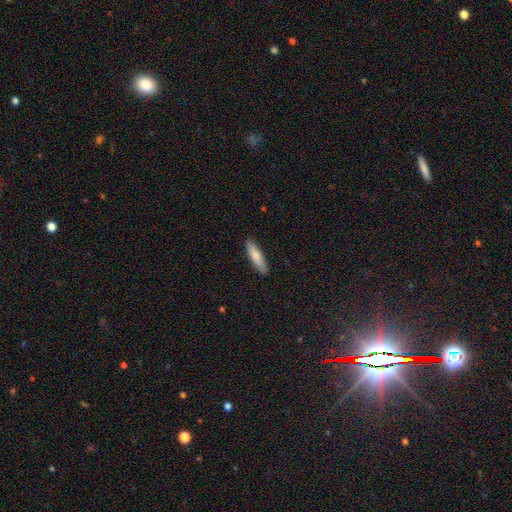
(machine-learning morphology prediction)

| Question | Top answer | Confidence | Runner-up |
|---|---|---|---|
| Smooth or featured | smooth | 79% | featured or disk (16%) |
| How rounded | cigar-shaped | 71% | in between (28%) |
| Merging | none | 89% | minor disturbance (8%) |